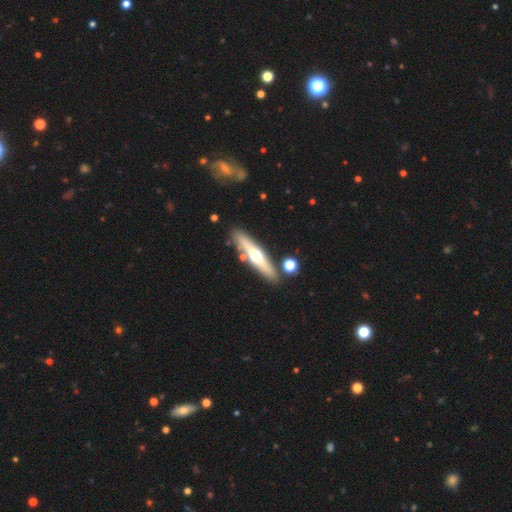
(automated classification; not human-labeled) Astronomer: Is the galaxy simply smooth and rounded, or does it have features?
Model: featured or disk — 58% (runner-up: smooth, 36%).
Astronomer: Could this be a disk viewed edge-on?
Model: yes — 91%.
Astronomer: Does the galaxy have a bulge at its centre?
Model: rounded — 93%.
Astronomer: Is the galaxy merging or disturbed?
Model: none — 83%.